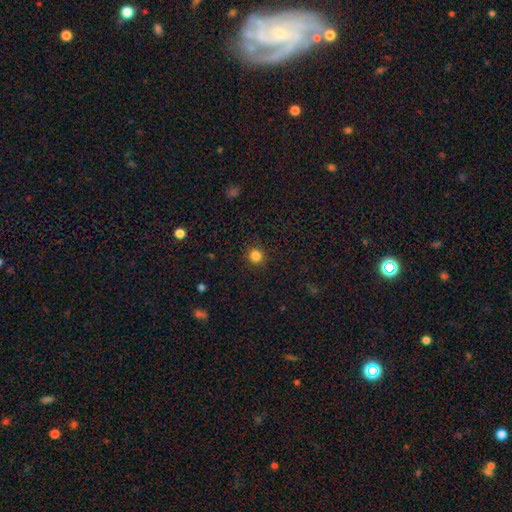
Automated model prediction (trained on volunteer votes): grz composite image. It shows a smooth galaxy with no disk features (84%) that is round (93%). Merging: none (90%).